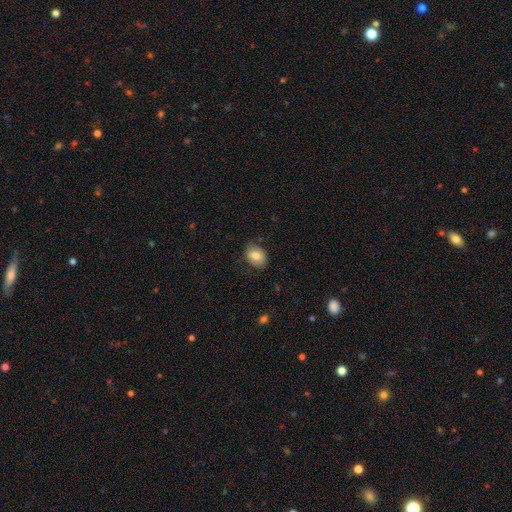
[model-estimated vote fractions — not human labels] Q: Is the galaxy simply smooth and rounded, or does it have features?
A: smooth — 78%.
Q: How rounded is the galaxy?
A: in between — 69%.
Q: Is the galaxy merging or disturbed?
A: none — 80%.